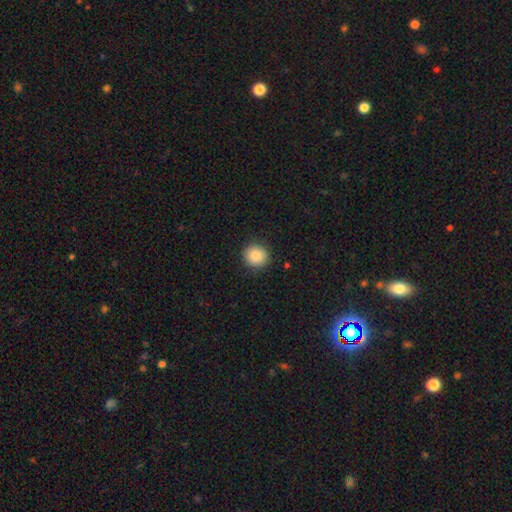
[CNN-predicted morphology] type=smooth (88%); roundness=round (91%); merging=none (91%).